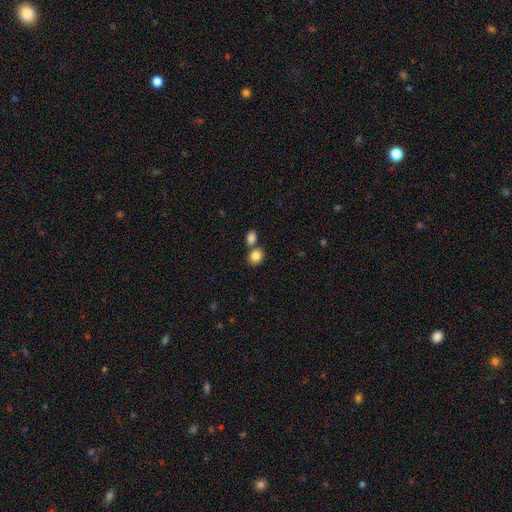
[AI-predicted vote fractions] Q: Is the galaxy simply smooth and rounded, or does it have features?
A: smooth — 85%.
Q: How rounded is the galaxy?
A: round — 61%.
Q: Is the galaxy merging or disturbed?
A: none — 57%.